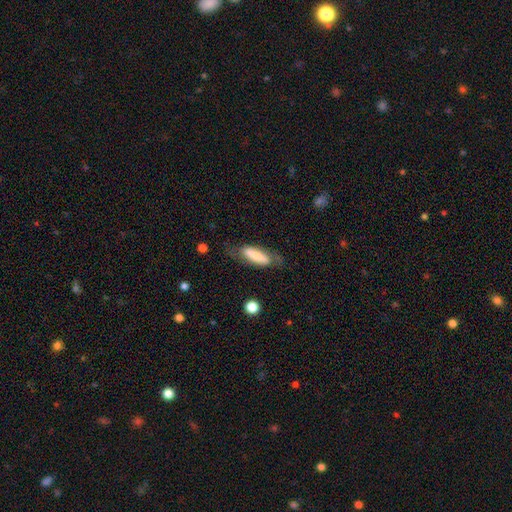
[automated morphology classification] The model was most divided on "how rounded": in between: 54%, cigar-shaped: 44%, round: 2%. More confident: smooth or featured — smooth (64%); merging — none (63%).